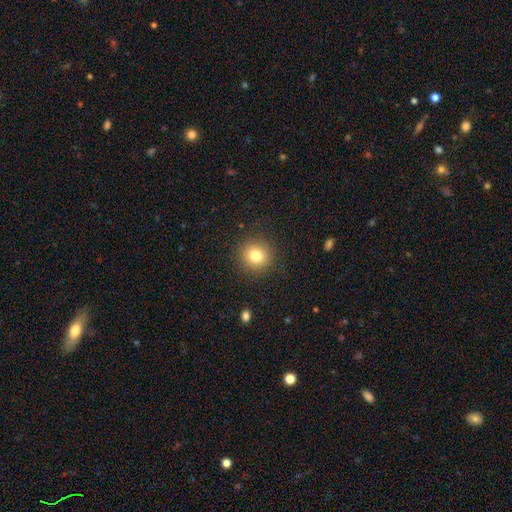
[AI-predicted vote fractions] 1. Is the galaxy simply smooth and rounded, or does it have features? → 80% smooth, 12% star or artifact, 9% featured or disk.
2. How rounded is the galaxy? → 91% round, 8% in between, 1% cigar-shaped.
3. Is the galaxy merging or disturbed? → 90% none, 6% minor disturbance, 3% major disturbance, 1% merger.